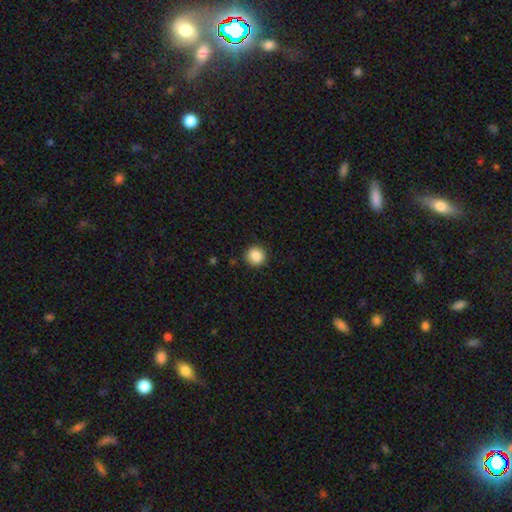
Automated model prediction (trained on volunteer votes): smooth-or-featured: smooth: 87% | star or artifact: 9% | featured or disk: 4%
  how-rounded: round: 93% | in between: 6% | cigar-shaped: 1%
  merging: none: 90% | minor disturbance: 7% | major disturbance: 2% | merger: 1%